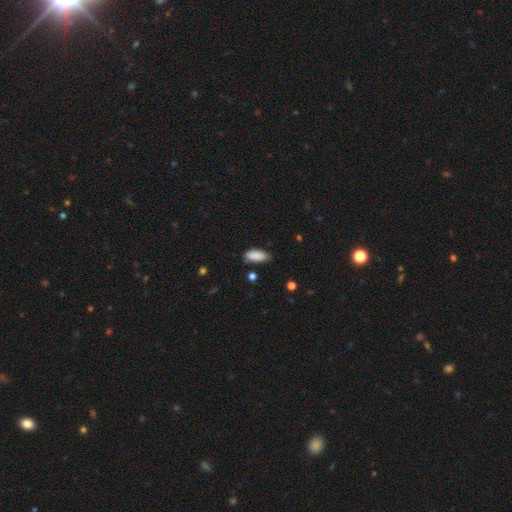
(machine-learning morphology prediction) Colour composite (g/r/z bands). It shows a smooth galaxy with no disk features (88%) that is in between round and cigar-shaped (83%). Merging: none (73%).